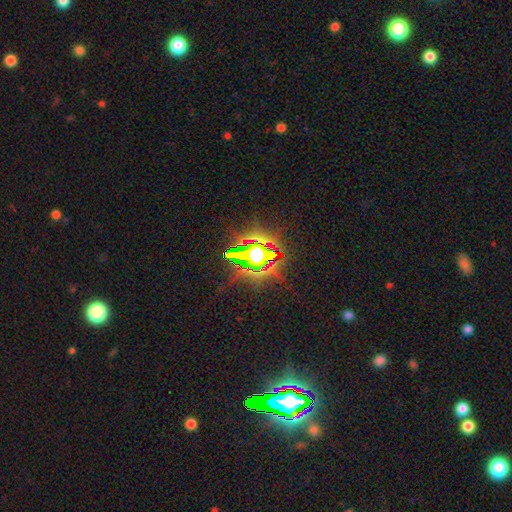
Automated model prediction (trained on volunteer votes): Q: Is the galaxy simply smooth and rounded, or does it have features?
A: star or artifact — 77%.